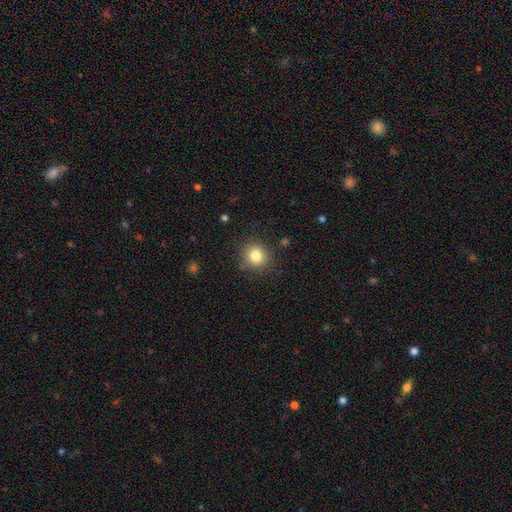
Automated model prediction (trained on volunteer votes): This is clearly a smooth galaxy (82%). How rounded: clearly round (86%). Merging: clearly none (85%).